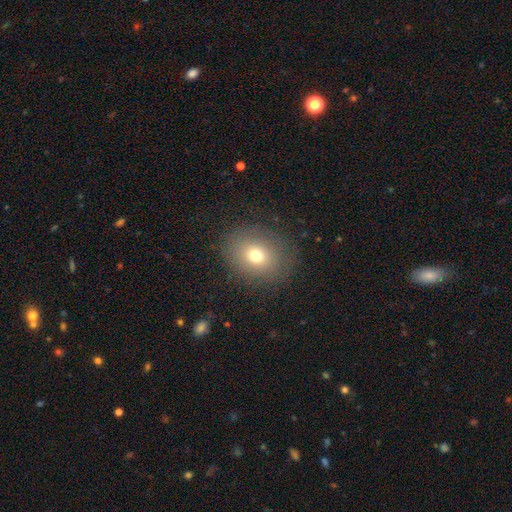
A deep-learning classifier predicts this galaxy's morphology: Smooth or featured? Predicted: smooth (p=0.72). How rounded? Predicted: round (p=0.63). Merging? Predicted: none (p=0.85).